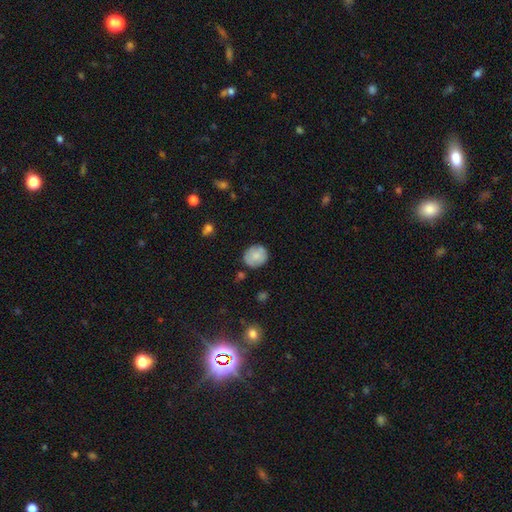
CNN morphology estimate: Smooth or featured?
  - smooth: 76% *
  - featured or disk: 17%
  - star or artifact: 8%
How rounded?
  - round: 79% *
  - in between: 20%
  - cigar-shaped: 1%
Merging?
  - none: 74% *
  - minor disturbance: 18%
  - major disturbance: 4%
  - merger: 3%